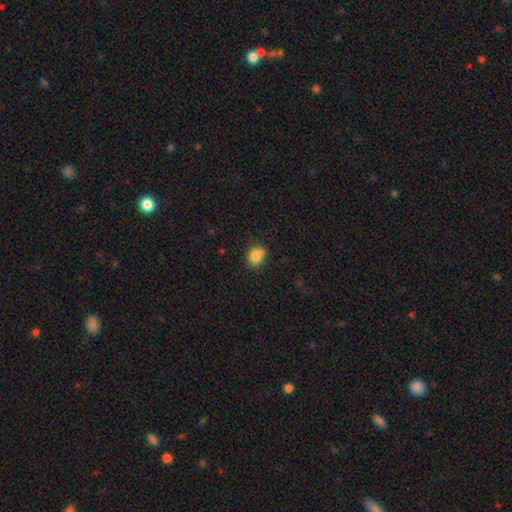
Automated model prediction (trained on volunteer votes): Smooth or featured?
  - smooth: 81% *
  - star or artifact: 10%
  - featured or disk: 9%
How rounded?
  - round: 61% *
  - in between: 38%
  - cigar-shaped: 1%
Merging?
  - none: 57% *
  - merger: 21%
  - minor disturbance: 18%
  - major disturbance: 5%